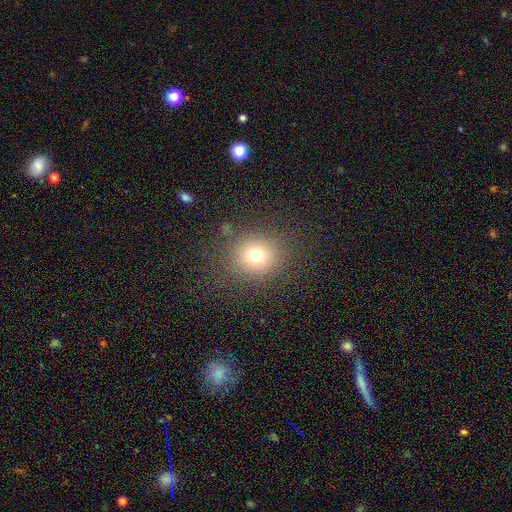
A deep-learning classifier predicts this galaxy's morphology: smooth 73%, star or artifact 16%, featured or disk 10%. Down the decision tree: how rounded — round (80%); merging — none (83%).